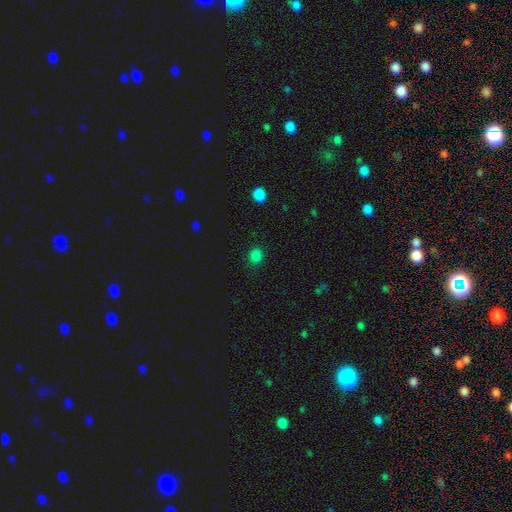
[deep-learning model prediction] A smooth galaxy with no disk features (82%) that is round (75%). Merging: none (87%).